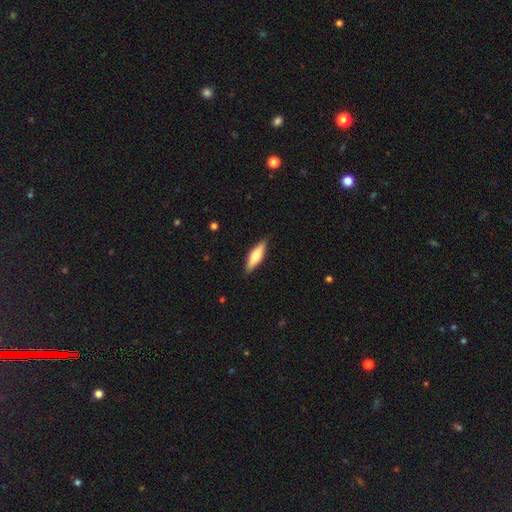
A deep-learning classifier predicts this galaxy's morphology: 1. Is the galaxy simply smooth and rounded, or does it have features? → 48% featured or disk, 46% smooth, 6% star or artifact.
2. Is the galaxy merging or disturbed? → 89% none, 8% minor disturbance, 2% major disturbance, 1% merger.